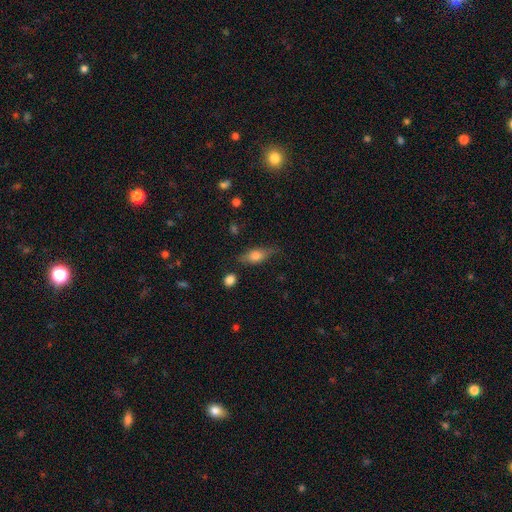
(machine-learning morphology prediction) Smooth or featured?
  - smooth: 60% *
  - featured or disk: 32%
  - star or artifact: 8%
How rounded?
  - in between: 70% *
  - cigar-shaped: 24%
  - round: 6%
Merging?
  - none: 69% *
  - minor disturbance: 22%
  - major disturbance: 6%
  - merger: 3%